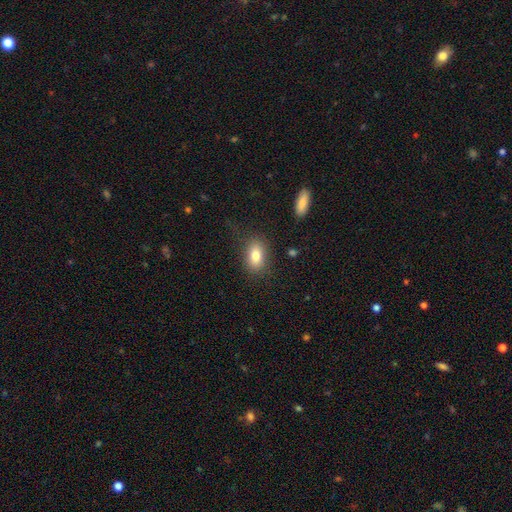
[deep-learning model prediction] Smooth or featured? smooth (81%)
How rounded? in between (86%)
Merging? none (81%)